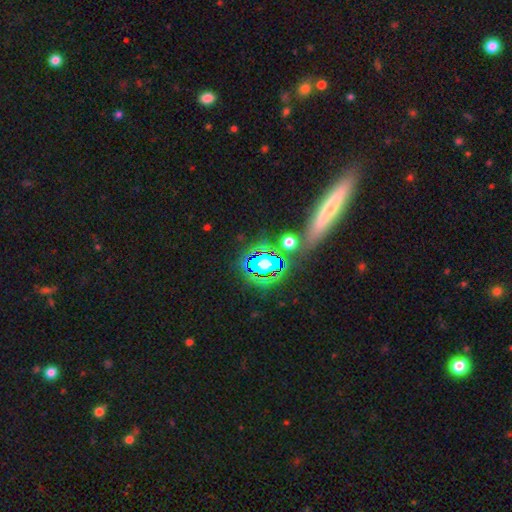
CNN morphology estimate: This is possibly a star or artifact rather than a galaxy (55%).